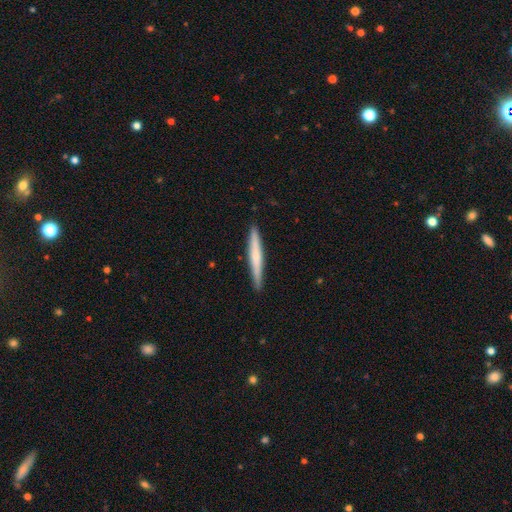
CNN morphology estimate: A smooth galaxy with no disk features (52%) that is cigar-shaped (96%). Merging: none (92%).